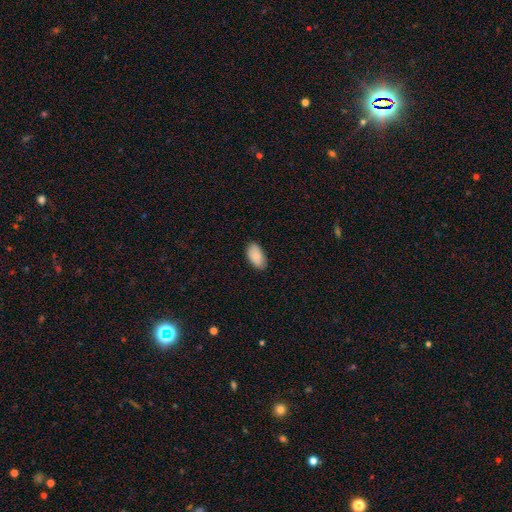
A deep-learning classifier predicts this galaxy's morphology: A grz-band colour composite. It shows a smooth galaxy with no disk features (87%) that is in between round and cigar-shaped (95%). Merging: none (84%).